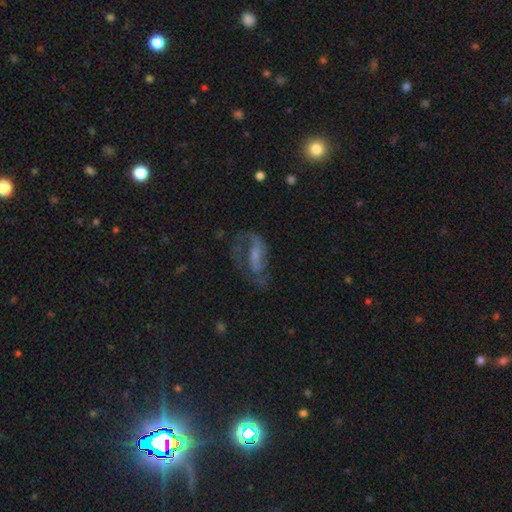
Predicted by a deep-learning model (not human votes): This appears to be a featured or disk galaxy (74%) with a weak bar (43%), 2 (76%) medium (50%) spiral arms (85%) and a small central bulge (54%). Merging: none (54%).